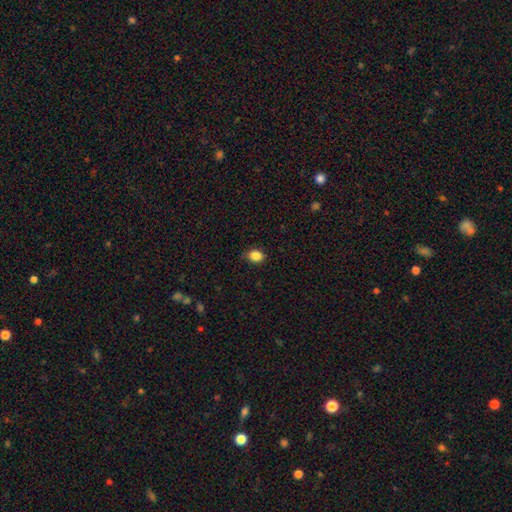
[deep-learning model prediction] Smooth or featured: smooth — 86% (star or artifact — 10%)
How rounded: in between — 63% (round — 36%)
Merging: none — 83% (minor disturbance — 13%)